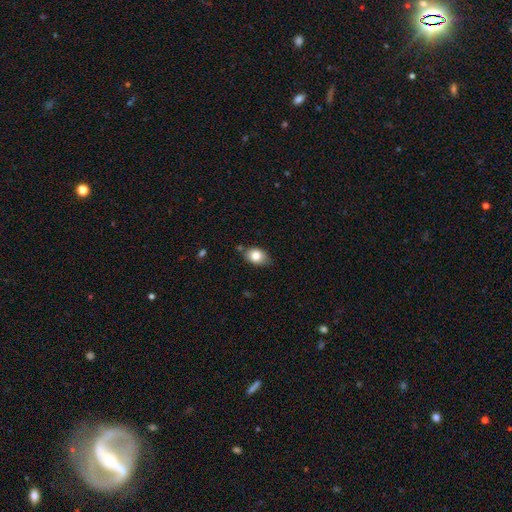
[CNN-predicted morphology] The model was most divided on "merging": none: 67%, minor disturbance: 24%, major disturbance: 4%, merger: 4%. More confident: smooth or featured — smooth (81%); how rounded — in between (75%).